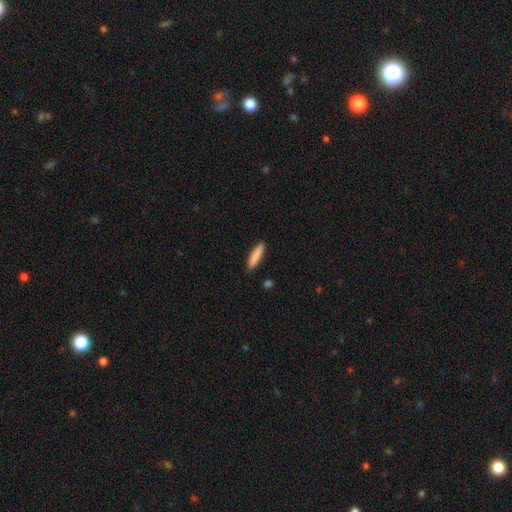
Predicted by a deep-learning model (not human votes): The model was most divided on "how rounded": cigar-shaped: 82%, in between: 17%, round: 1%. More confident: merging — none (90%); smooth or featured — smooth (87%).